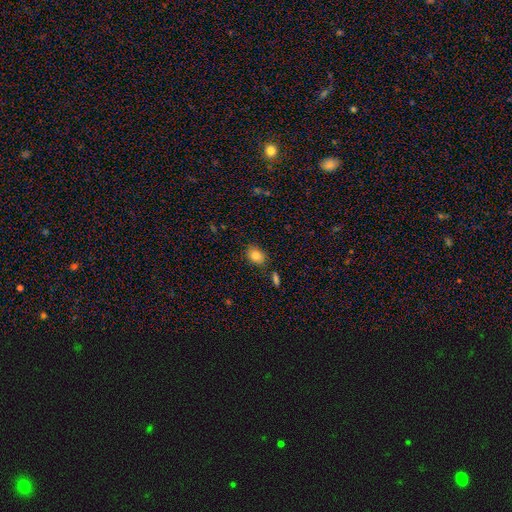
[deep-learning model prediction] Smooth or featured: smooth — 83% (star or artifact — 10%)
How rounded: in between — 67% (round — 32%)
Merging: none — 82% (minor disturbance — 12%)